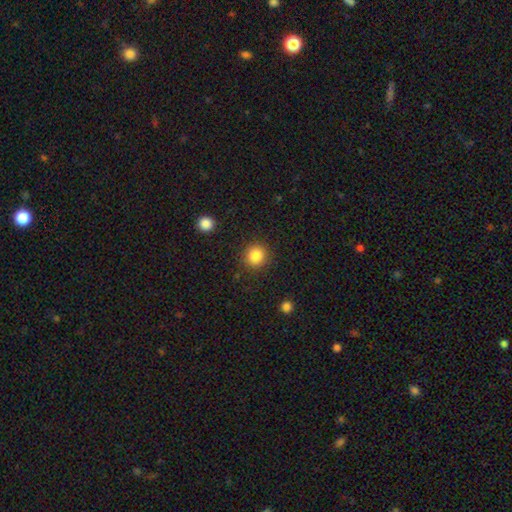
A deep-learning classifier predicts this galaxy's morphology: This is clearly a smooth galaxy (85%). How rounded: clearly round (90%). Merging: clearly none (89%).